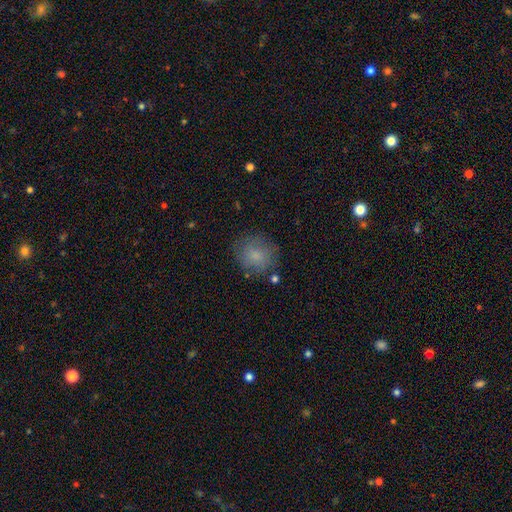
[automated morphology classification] Smooth or featured?
  - smooth: 78% *
  - featured or disk: 12%
  - star or artifact: 10%
How rounded?
  - round: 85% *
  - in between: 14%
  - cigar-shaped: 1%
Merging?
  - none: 77% *
  - minor disturbance: 16%
  - major disturbance: 5%
  - merger: 3%